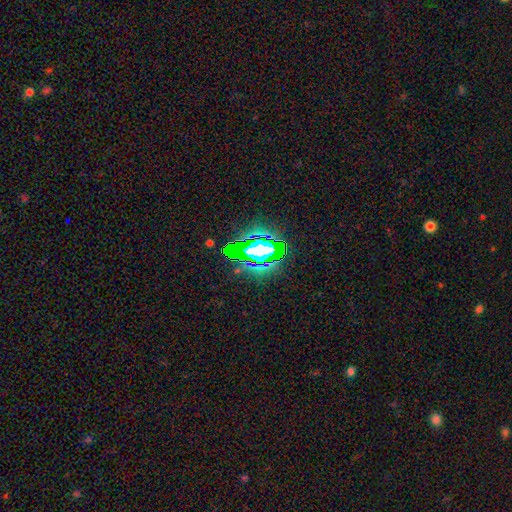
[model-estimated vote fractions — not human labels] smooth-or-featured: star or artifact: 60% | featured or disk: 22% | smooth: 18%